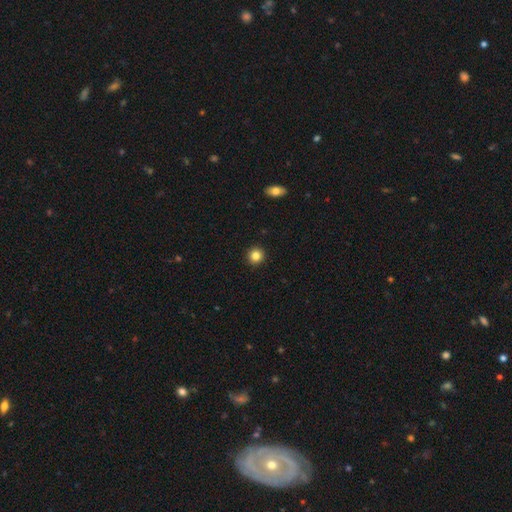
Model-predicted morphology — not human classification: smooth 84%, star or artifact 11%, featured or disk 5%. Down the decision tree: how rounded — round (94%); merging — none (93%).